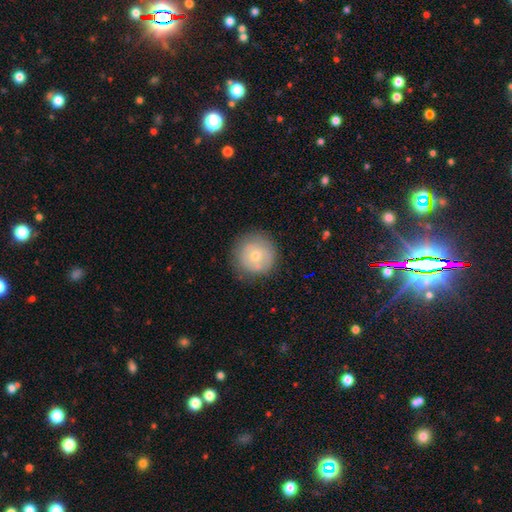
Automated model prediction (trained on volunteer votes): Smooth or featured: smooth — 64% (featured or disk — 28%)
How rounded: round — 95% (in between — 4%)
Merging: none — 79% (minor disturbance — 14%)